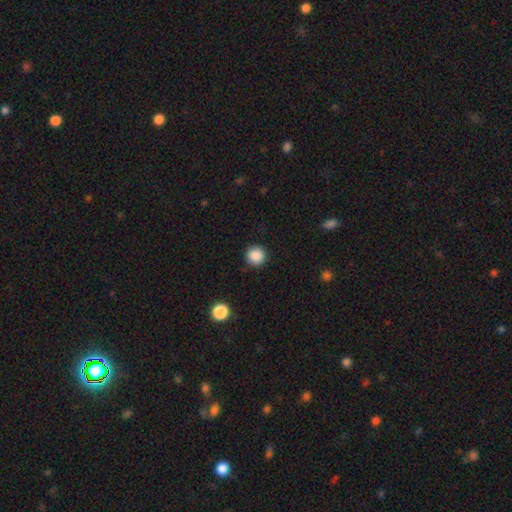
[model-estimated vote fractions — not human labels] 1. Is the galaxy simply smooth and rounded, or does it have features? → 88% smooth, 10% star or artifact, 3% featured or disk.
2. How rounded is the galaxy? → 95% round, 5% in between, 1% cigar-shaped.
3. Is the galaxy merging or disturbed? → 91% none, 6% minor disturbance, 2% major disturbance, 1% merger.